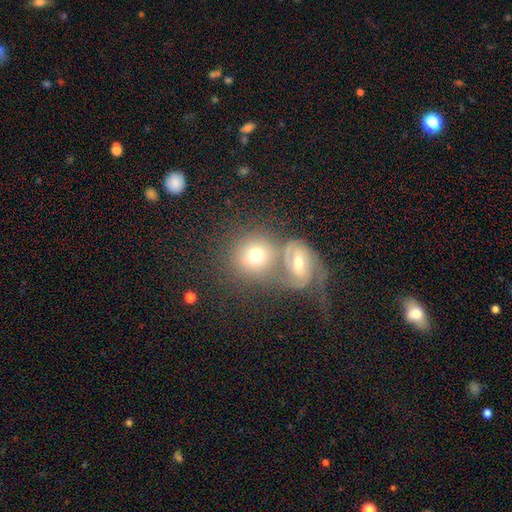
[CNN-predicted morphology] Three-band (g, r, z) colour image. It shows a smooth galaxy with no disk features (62%) that is round (76%). Merging: merger (47%).